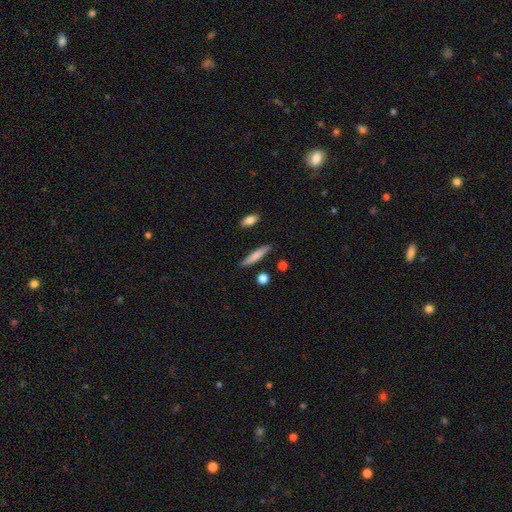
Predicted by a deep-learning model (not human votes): Smooth or featured? smooth (74%)
How rounded? cigar-shaped (87%)
Merging? none (84%)